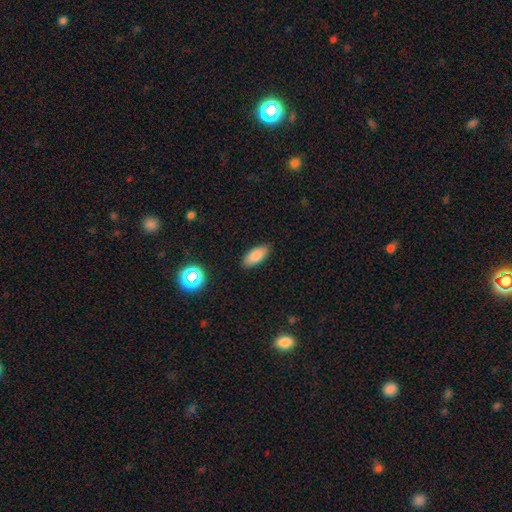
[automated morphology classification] Smooth or featured: smooth — 84% (star or artifact — 9%)
How rounded: in between — 87% (cigar-shaped — 11%)
Merging: none — 87% (minor disturbance — 10%)